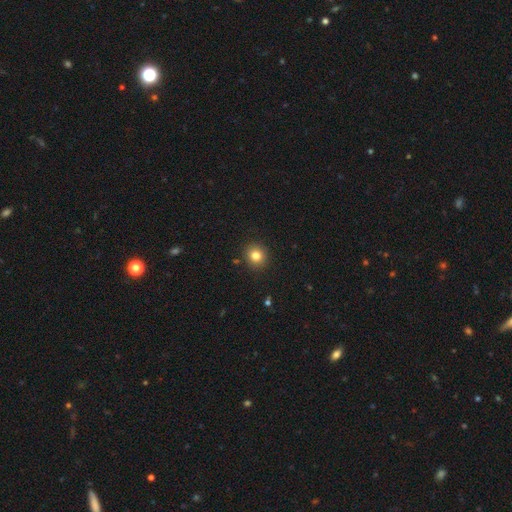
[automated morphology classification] smooth-or-featured: smooth: 81% | star or artifact: 12% | featured or disk: 7%
  how-rounded: round: 89% | in between: 10% | cigar-shaped: 1%
  merging: none: 91% | minor disturbance: 6% | major disturbance: 2% | merger: 1%